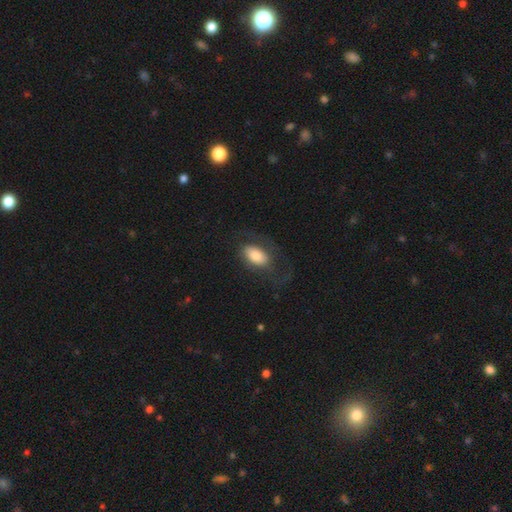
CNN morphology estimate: Overall: smooth (69%). How rounded: in between (92%). Merging: none (54%; major disturbance 25%).